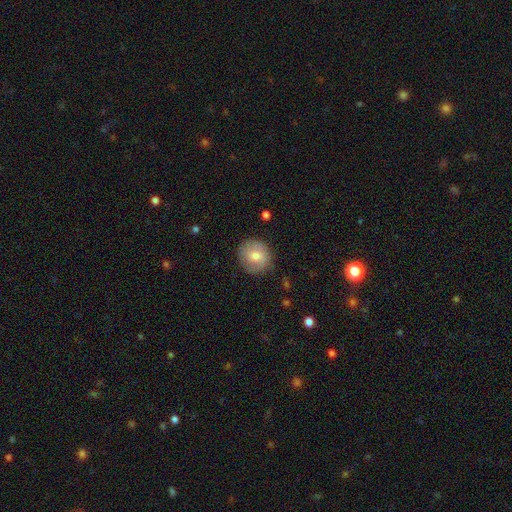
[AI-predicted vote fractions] smooth 68%, featured or disk 24%, star or artifact 8%. Down the decision tree: how rounded — round (84%); merging — none (81%).